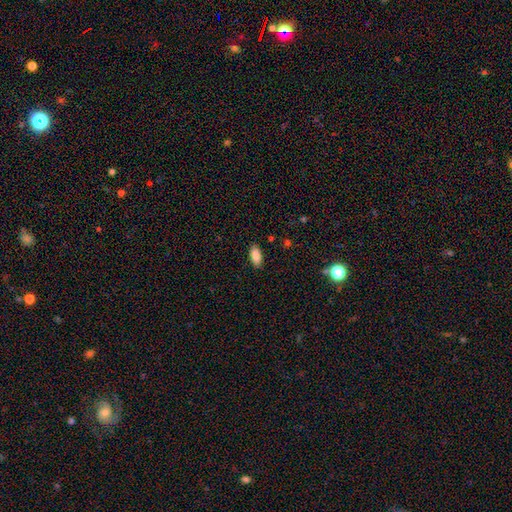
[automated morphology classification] This appears to be a smooth galaxy with no disk features (87%) that is in between round and cigar-shaped (90%). Merging: none (87%).